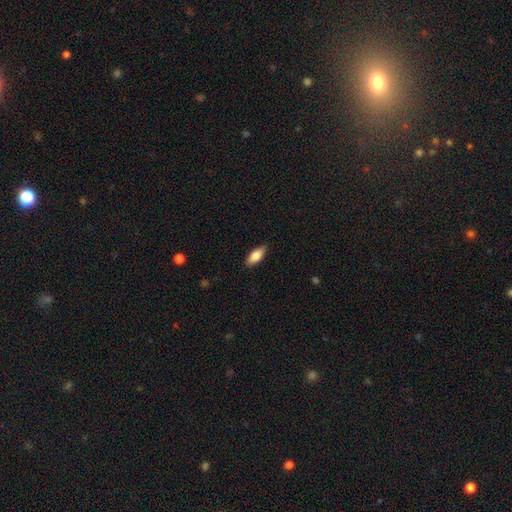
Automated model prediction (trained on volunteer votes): Q: Smooth or featured?
A: smooth (80%); runner-up: featured or disk (14%)
Q: How rounded?
A: in between (79%); runner-up: cigar-shaped (19%)
Q: Merging?
A: none (87%); runner-up: minor disturbance (10%)